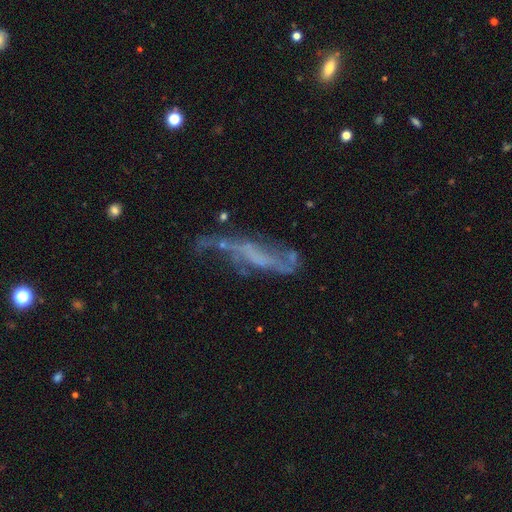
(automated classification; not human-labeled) smooth_or_featured: featured or disk (p=0.67) [alt: smooth p=0.20]
disk_edge_on: no (p=0.73) [alt: yes p=0.27]
merging: none (p=0.40) [alt: major disturbance p=0.29]